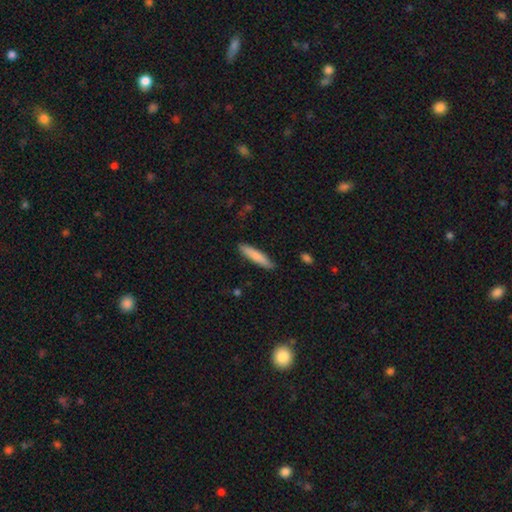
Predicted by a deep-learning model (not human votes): smooth-or-featured: smooth: 81% | featured or disk: 13% | star or artifact: 6%
  how-rounded: cigar-shaped: 85% | in between: 14% | round: 1%
  merging: none: 87% | minor disturbance: 10% | major disturbance: 2% | merger: 1%